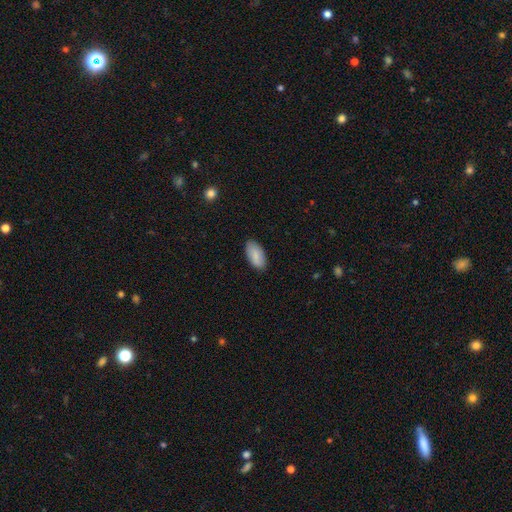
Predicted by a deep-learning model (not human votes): Overall: smooth (85%). How rounded: in between (94%). Merging: none (85%).